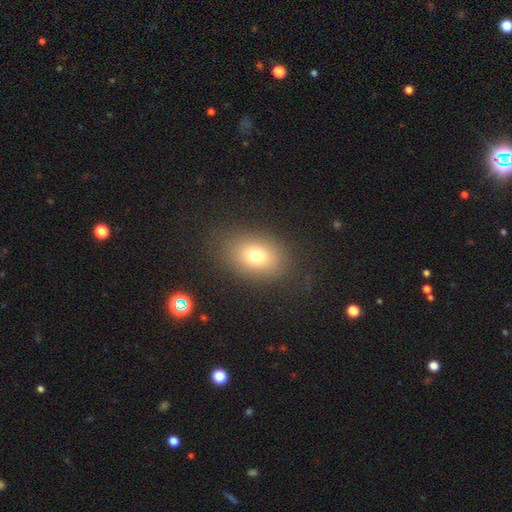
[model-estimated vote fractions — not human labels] A smooth galaxy with no disk features (74%) that is in between round and cigar-shaped (71%).

Vote fractions:
- Smooth or featured? smooth: 74% / star or artifact: 13% / featured or disk: 13%
- How rounded? in between: 71% / round: 28% / cigar-shaped: 1%
- Merging? none: 82% / minor disturbance: 11% / major disturbance: 5% / merger: 1%